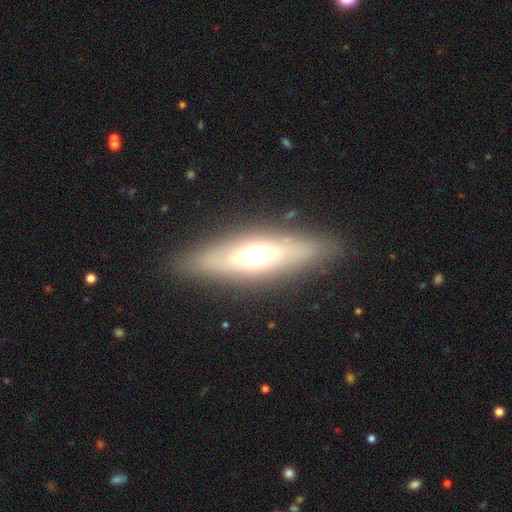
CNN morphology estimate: Smooth or featured? Predicted: smooth (p=0.47). Merging? Predicted: none (p=0.86).